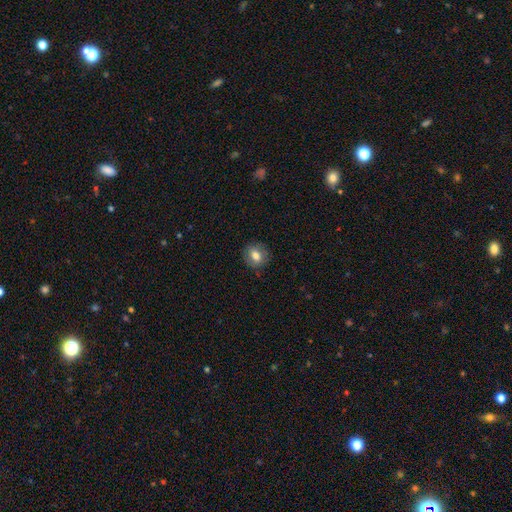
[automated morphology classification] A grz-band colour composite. It shows a smooth galaxy with no disk features (75%) that is round (72%). Merging: none (86%).